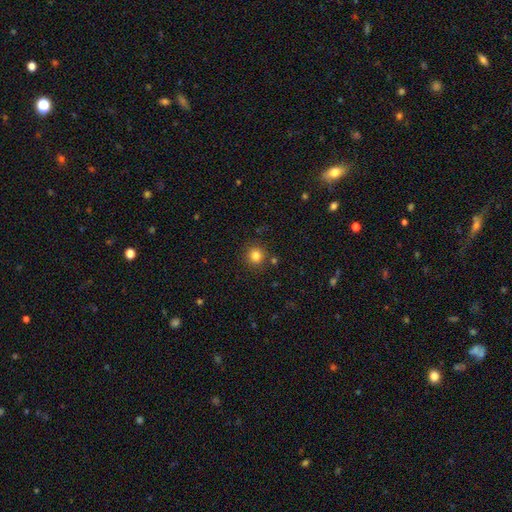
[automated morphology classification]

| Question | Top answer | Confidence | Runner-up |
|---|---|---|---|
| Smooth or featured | smooth | 82% | star or artifact (13%) |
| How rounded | round | 93% | in between (6%) |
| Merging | none | 86% | minor disturbance (7%) |